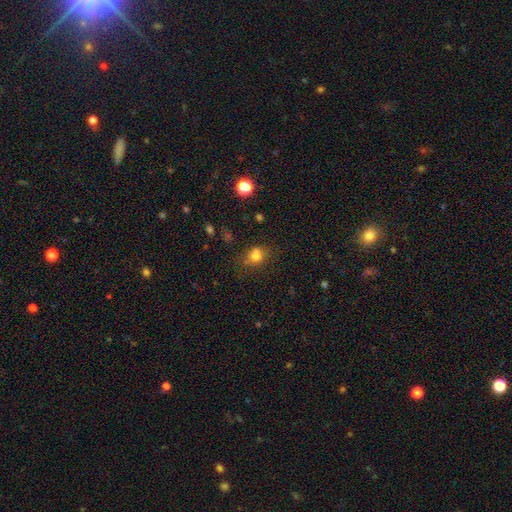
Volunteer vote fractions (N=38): Volunteers were most divided on "how rounded": round: 56%, in between: 44%, cigar-shaped: 0%. More confident: smooth or featured — smooth (89%); merging — none (51%).